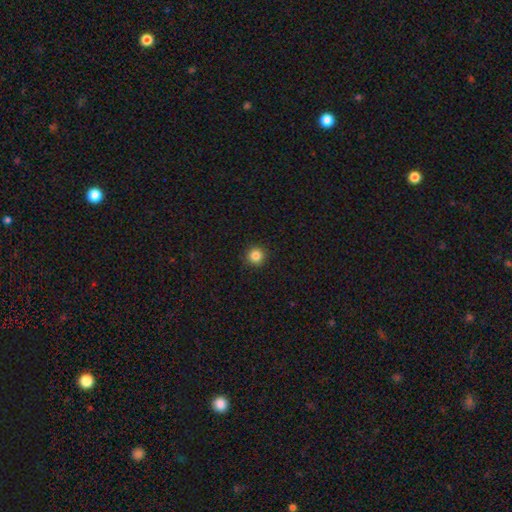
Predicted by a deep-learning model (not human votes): A smooth galaxy with no disk features (85%) that is round (96%).

Vote fractions:
- Smooth or featured? smooth: 85% / star or artifact: 11% / featured or disk: 4%
- How rounded? round: 96% / in between: 3% / cigar-shaped: 1%
- Merging? none: 93% / minor disturbance: 5% / major disturbance: 2% / merger: 1%